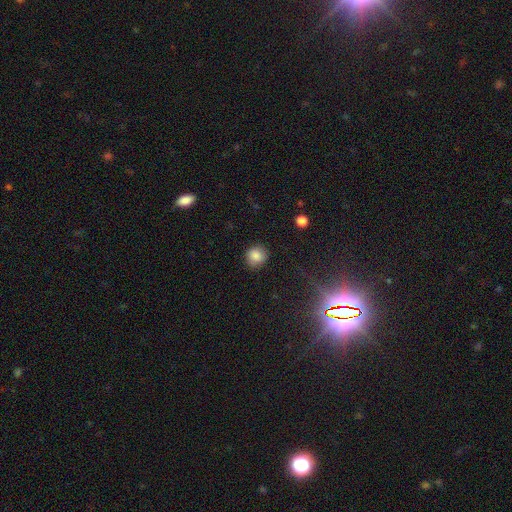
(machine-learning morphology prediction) Smooth or featured? smooth (84%)
How rounded? round (81%)
Merging? none (84%)